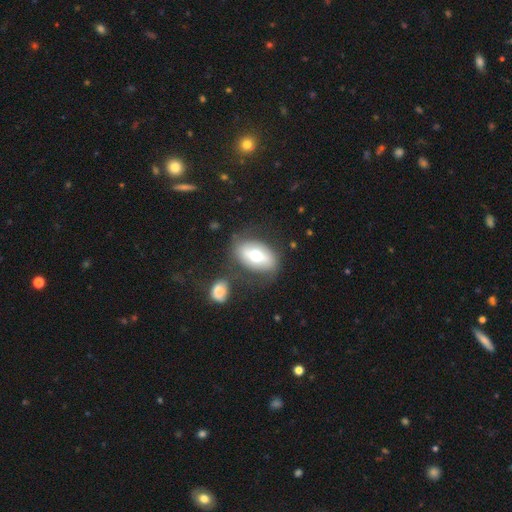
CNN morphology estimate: Q: Smooth or featured?
A: smooth (52%); runner-up: featured or disk (40%)
Q: How rounded?
A: in between (85%); runner-up: round (12%)
Q: Merging?
A: none (66%); runner-up: minor disturbance (16%)